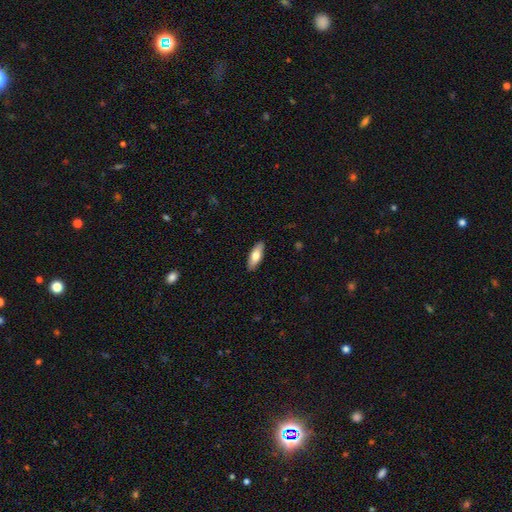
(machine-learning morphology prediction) Smooth or featured: smooth — 71% (featured or disk — 23%)
How rounded: in between — 71% (cigar-shaped — 27%)
Merging: none — 89% (minor disturbance — 8%)